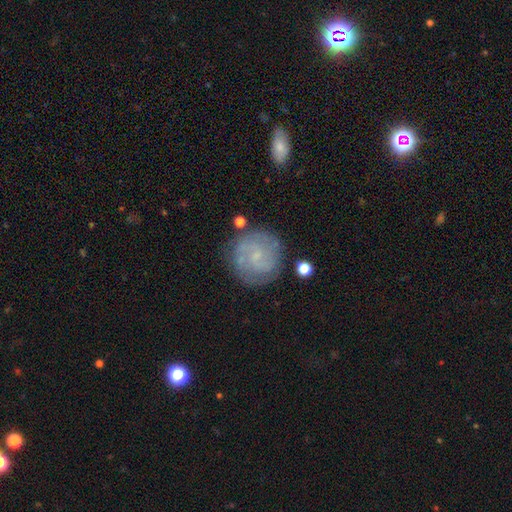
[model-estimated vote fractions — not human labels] This is likely a featured or disk galaxy (66%). It is clearly not viewed edge-on (98%). Bar: likely no (65%). Spiral arm pattern: clearly yes (88%). Spiral arm count: marginally 2 (36%). Spiral winding: possibly tight (56%). Central bulge: likely small (72%). Merging: likely none (78%).